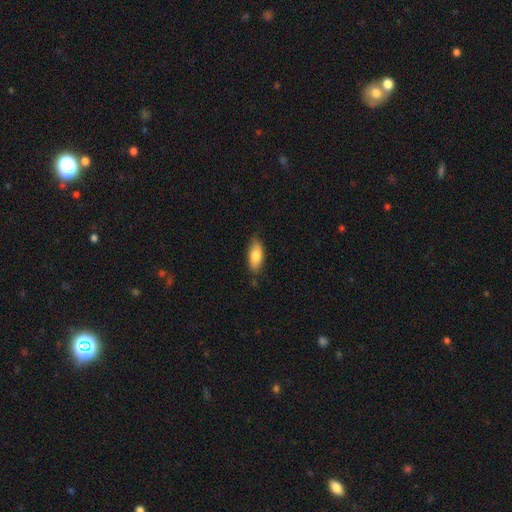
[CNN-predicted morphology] The model was most divided on "smooth or featured": smooth: 79%, featured or disk: 15%, star or artifact: 6%. More confident: how rounded — in between (82%); merging — none (81%).